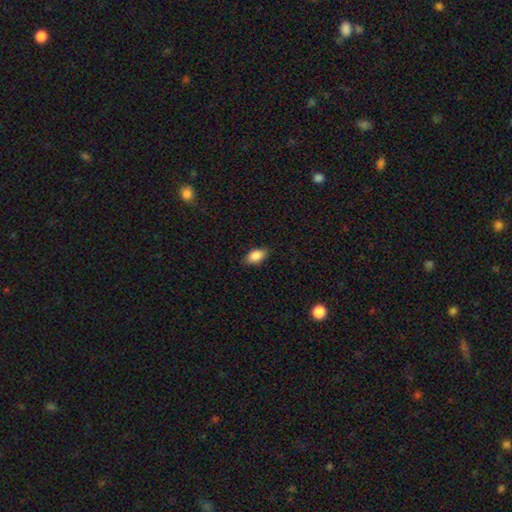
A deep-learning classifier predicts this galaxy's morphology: This is clearly a smooth galaxy (87%). How rounded: clearly in between (89%). Merging: clearly none (83%).